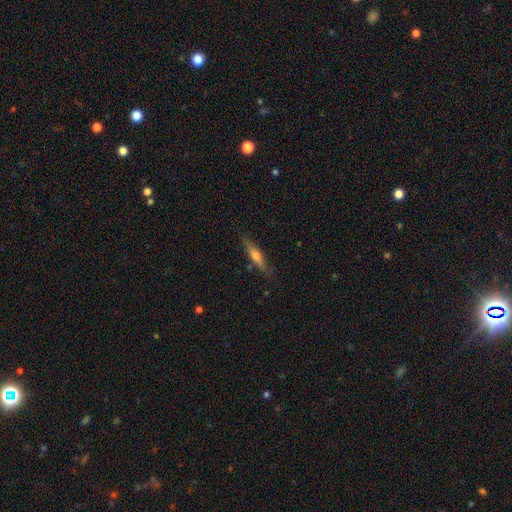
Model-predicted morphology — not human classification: Q: Smooth or featured?
A: featured or disk (57%); runner-up: smooth (36%)
Q: Edge-on disk?
A: yes (95%); runner-up: no (5%)
Q: Edge-on bulge?
A: rounded (82%); runner-up: none (11%)
Q: Merging?
A: none (85%); runner-up: minor disturbance (11%)